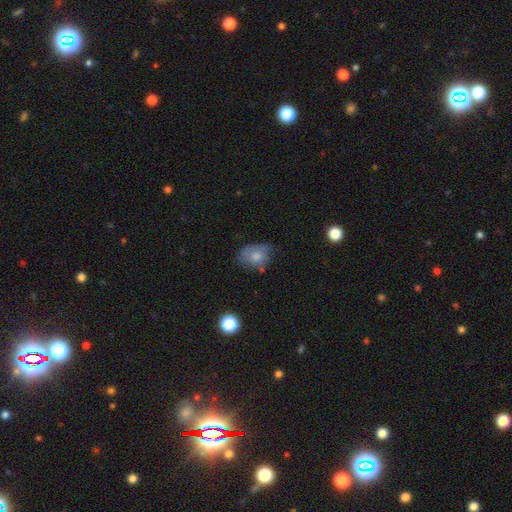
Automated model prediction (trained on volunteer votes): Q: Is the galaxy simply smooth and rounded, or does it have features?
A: smooth — 70%.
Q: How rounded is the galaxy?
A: in between — 66%.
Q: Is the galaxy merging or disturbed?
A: none — 46%.